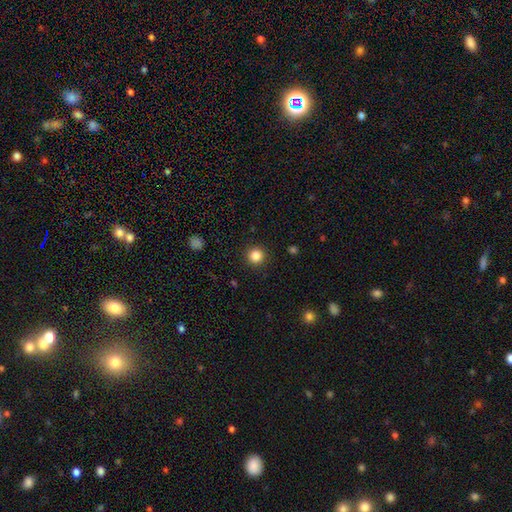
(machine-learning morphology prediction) smooth-or-featured: smooth: 85% | star or artifact: 11% | featured or disk: 4%
  how-rounded: round: 95% | in between: 4% | cigar-shaped: 1%
  merging: none: 92% | minor disturbance: 5% | major disturbance: 2% | merger: 1%